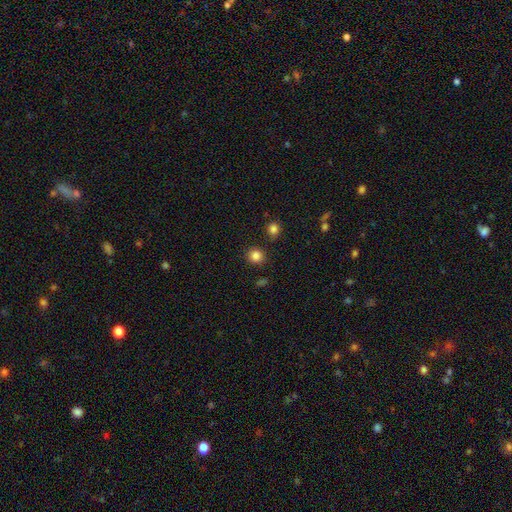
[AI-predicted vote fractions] The model was most divided on "smooth or featured": smooth: 84%, star or artifact: 12%, featured or disk: 4%. More confident: how rounded — round (88%); merging — none (87%).